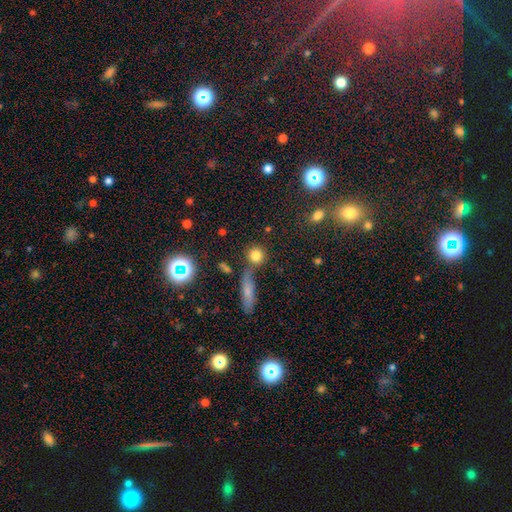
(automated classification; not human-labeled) A smooth galaxy with no disk features (78%) that is round (88%). Merging: none (70%).